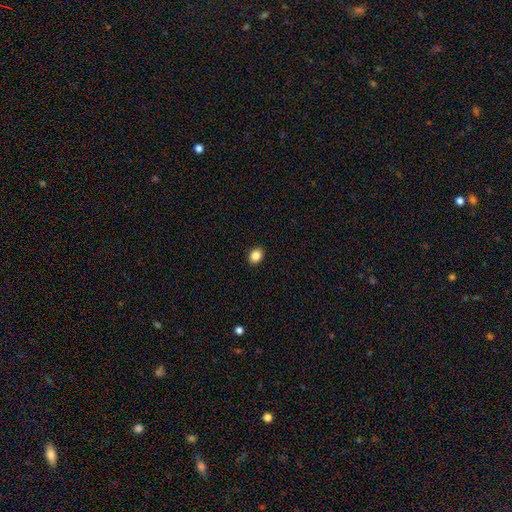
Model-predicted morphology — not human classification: A smooth galaxy with no disk features (86%) that is in between round and cigar-shaped (51%).

Vote fractions:
- Smooth or featured? smooth: 86% / star or artifact: 10% / featured or disk: 4%
- How rounded? in between: 51% / round: 48% / cigar-shaped: 1%
- Merging? none: 92% / minor disturbance: 6% / major disturbance: 2% / merger: 1%